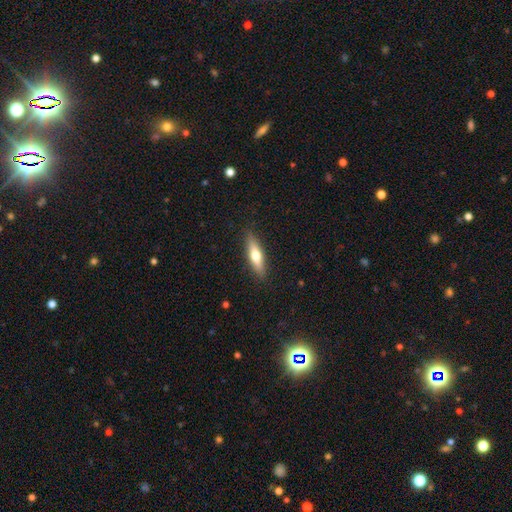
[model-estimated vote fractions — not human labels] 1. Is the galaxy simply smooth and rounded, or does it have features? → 56% smooth, 39% featured or disk, 6% star or artifact.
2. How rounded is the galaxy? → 67% cigar-shaped, 30% in between, 2% round.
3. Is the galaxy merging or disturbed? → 89% none, 8% minor disturbance, 2% major disturbance, 1% merger.